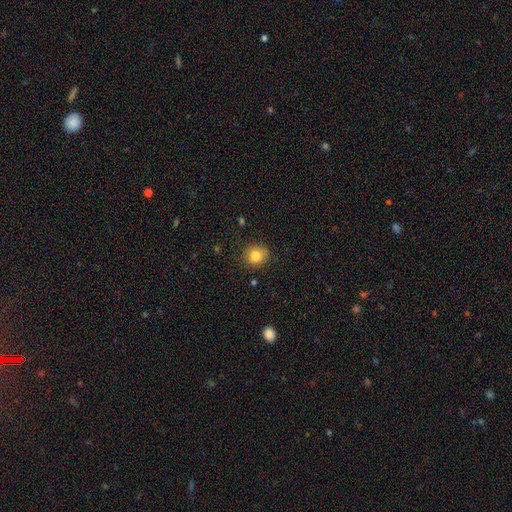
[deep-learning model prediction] Overall: smooth (84%). How rounded: round (86%). Merging: none (85%).